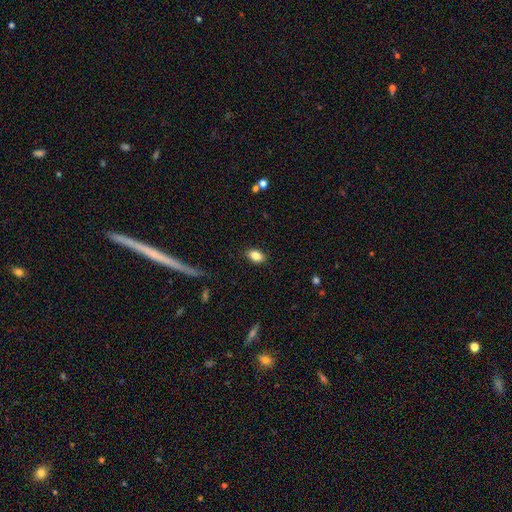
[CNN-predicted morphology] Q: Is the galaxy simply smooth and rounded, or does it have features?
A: smooth — 85%.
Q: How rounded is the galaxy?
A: in between — 87%.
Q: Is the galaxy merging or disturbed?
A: none — 87%.